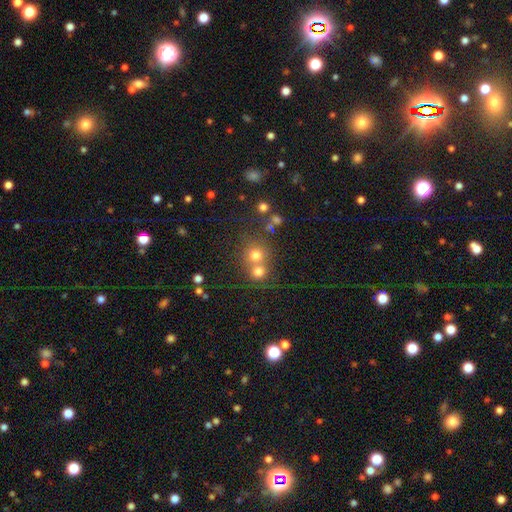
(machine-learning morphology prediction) This is likely a smooth galaxy (71%). How rounded: clearly round (87%). Merging: possibly none (47%).